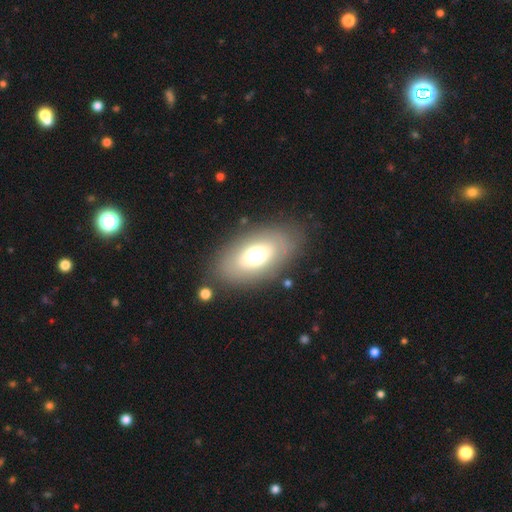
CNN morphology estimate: This appears to be a smooth galaxy with no disk features (62%) that is in between round and cigar-shaped (86%). Merging: none (82%).